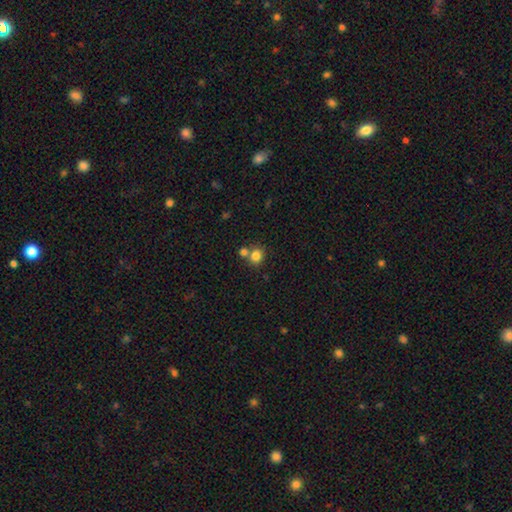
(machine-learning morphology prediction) smooth-or-featured: smooth: 81% | star or artifact: 11% | featured or disk: 7%
  how-rounded: round: 77% | in between: 22% | cigar-shaped: 1%
  merging: none: 56% | merger: 32% | minor disturbance: 8% | major disturbance: 3%